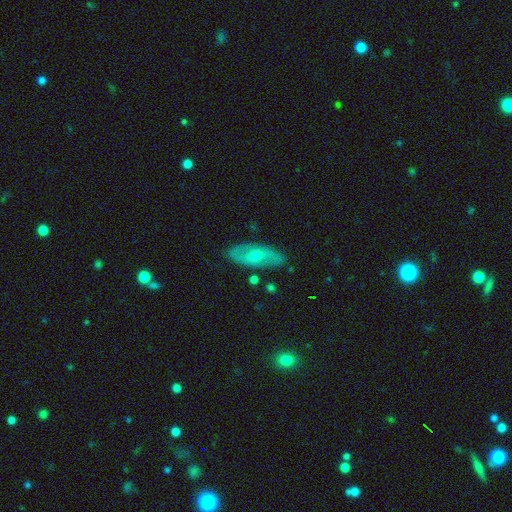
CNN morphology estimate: Smooth or featured? Predicted: featured or disk (p=0.63). Edge-on disk? Predicted: no (p=0.81). Bar? Predicted: no (p=0.65). Spiral arms? Predicted: yes (p=0.62). Bulge size? Predicted: moderate (p=0.52). Merging? Predicted: none (p=0.82).